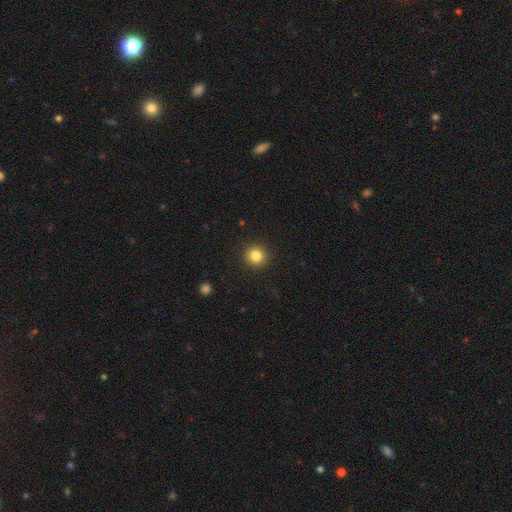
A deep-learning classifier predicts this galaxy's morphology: This is clearly a smooth galaxy (84%). How rounded: clearly round (94%). Merging: clearly none (92%).